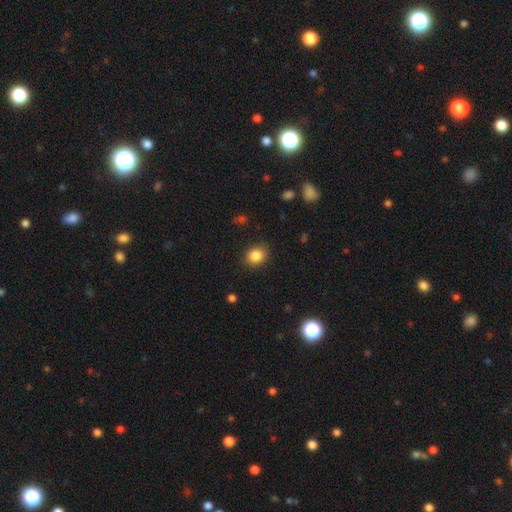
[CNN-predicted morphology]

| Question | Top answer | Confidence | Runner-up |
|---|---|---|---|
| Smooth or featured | smooth | 85% | star or artifact (10%) |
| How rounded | round | 70% | in between (30%) |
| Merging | none | 84% | minor disturbance (11%) |